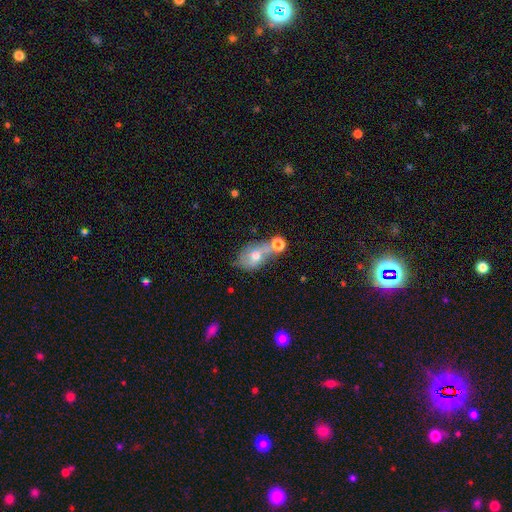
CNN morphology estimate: A smooth galaxy with no disk features (50%) that is in between round and cigar-shaped (77%).

Vote fractions:
- Smooth or featured? smooth: 50% / featured or disk: 39% / star or artifact: 11%
- How rounded? in between: 77% / round: 20% / cigar-shaped: 3%
- Merging? none: 37% / merger: 34% / minor disturbance: 19% / major disturbance: 11%